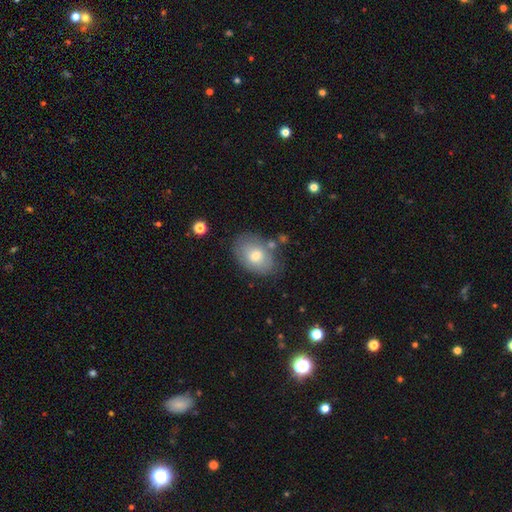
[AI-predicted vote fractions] A smooth galaxy with no disk features (66%) that is in between round and cigar-shaped (81%).

Vote fractions:
- Smooth or featured? smooth: 66% / featured or disk: 25% / star or artifact: 9%
- How rounded? in between: 81% / round: 18% / cigar-shaped: 1%
- Merging? none: 71% / minor disturbance: 18% / merger: 6% / major disturbance: 5%